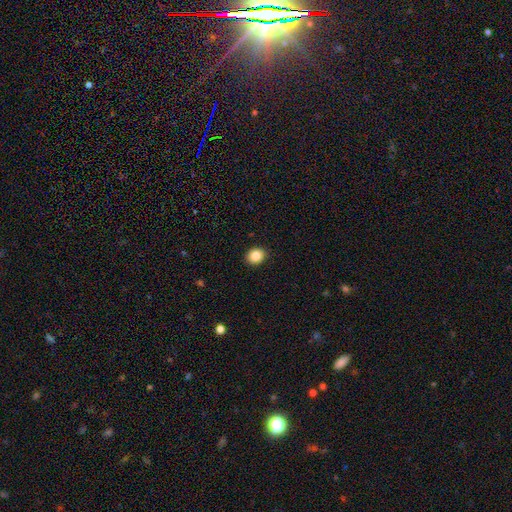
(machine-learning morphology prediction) smooth-or-featured: smooth: 86% | star or artifact: 9% | featured or disk: 5%
  how-rounded: round: 61% | in between: 38% | cigar-shaped: 1%
  merging: none: 91% | minor disturbance: 7% | major disturbance: 2% | merger: 1%